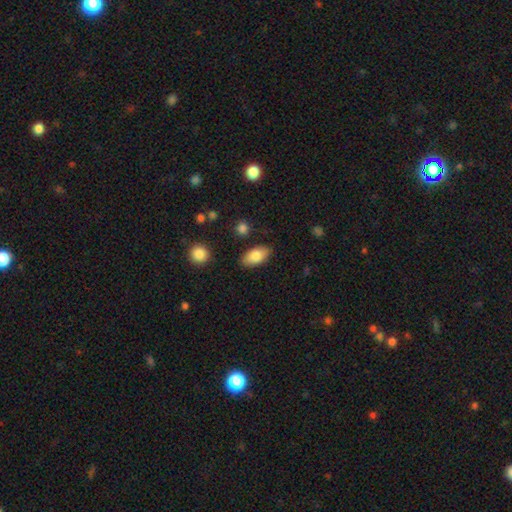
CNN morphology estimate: smooth 82%, featured or disk 12%, star or artifact 7%. Down the decision tree: how rounded — in between (90%); merging — none (84%).